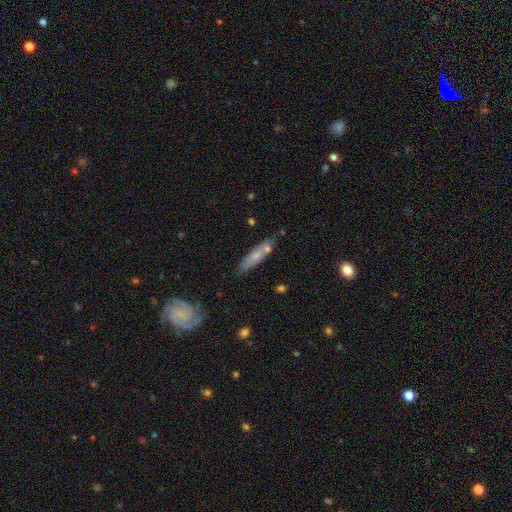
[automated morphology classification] This is likely a smooth galaxy (60%). How rounded: likely cigar-shaped (78%). Merging: likely none (73%).